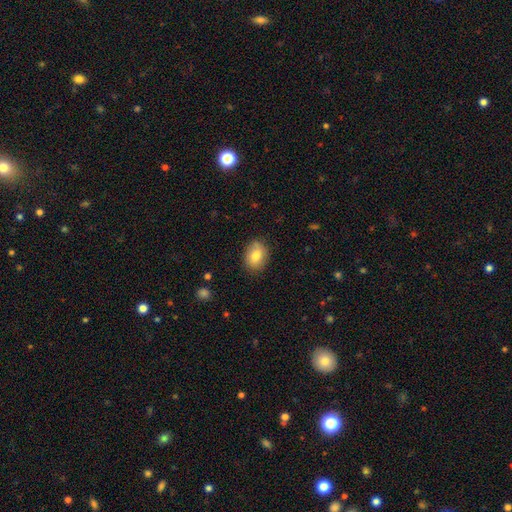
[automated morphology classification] This appears to be a smooth galaxy with no disk features (78%) that is in between round and cigar-shaped (74%). Merging: none (82%).